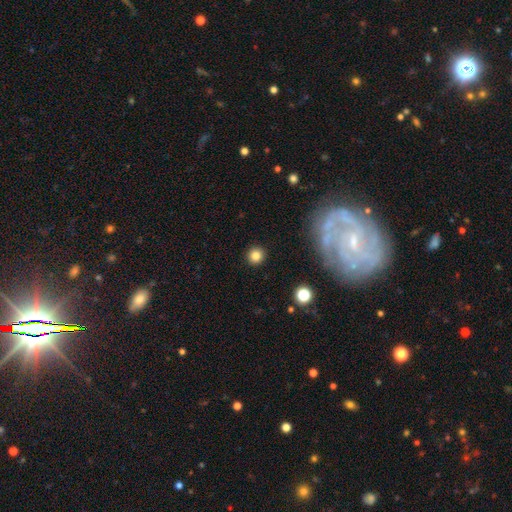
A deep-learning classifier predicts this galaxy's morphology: Smooth or featured? Predicted: smooth (p=0.83). How rounded? Predicted: round (p=0.91). Merging? Predicted: none (p=0.92).